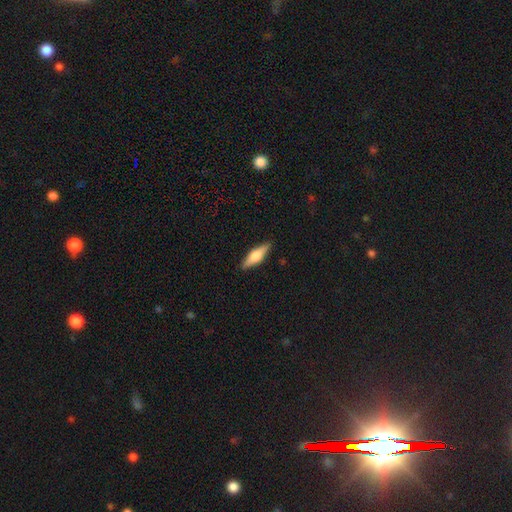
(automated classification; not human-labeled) This is possibly a featured or disk galaxy (49%). Merging: clearly none (90%).